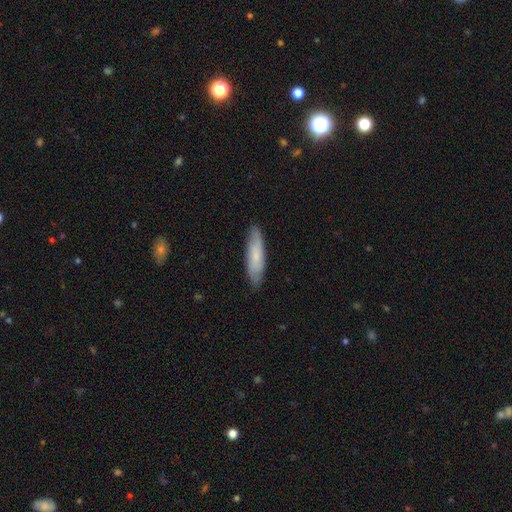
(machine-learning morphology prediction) A smooth galaxy with no disk features (69%) that is cigar-shaped (68%).

Vote fractions:
- Smooth or featured? smooth: 69% / featured or disk: 25% / star or artifact: 6%
- How rounded? cigar-shaped: 68% / in between: 31% / round: 2%
- Merging? none: 85% / minor disturbance: 11% / major disturbance: 2% / merger: 1%